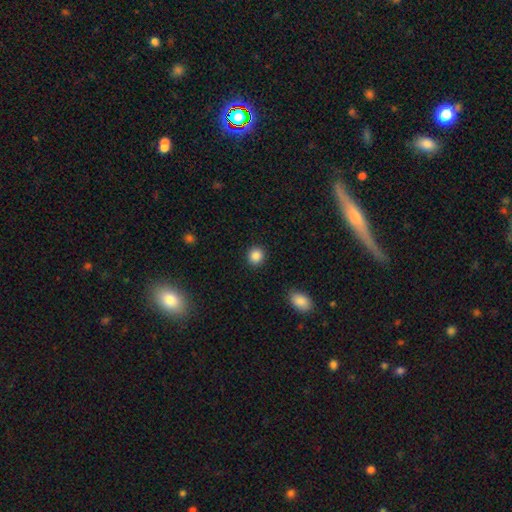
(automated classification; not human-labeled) smooth-or-featured: smooth: 88% | star or artifact: 9% | featured or disk: 3%
  how-rounded: round: 88% | in between: 11% | cigar-shaped: 1%
  merging: none: 91% | minor disturbance: 5% | major disturbance: 2% | merger: 1%